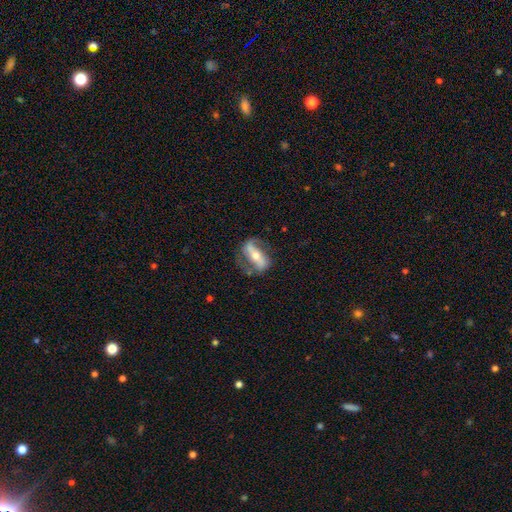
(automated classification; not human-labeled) featured or disk 73%, smooth 21%, star or artifact 6%. Down the decision tree: edge-on disk — no (84%); bar — strong (63%); spiral arms — yes (80%); bulge size — moderate (55%); merging — none (66%).